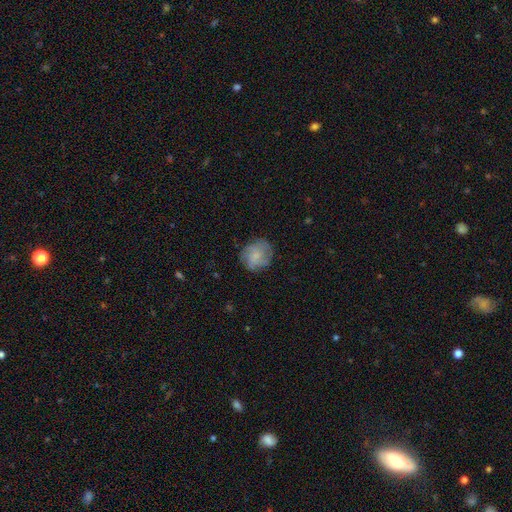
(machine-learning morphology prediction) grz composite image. It shows a smooth galaxy with no disk features (55%) that is round (80%). Merging: none (75%).